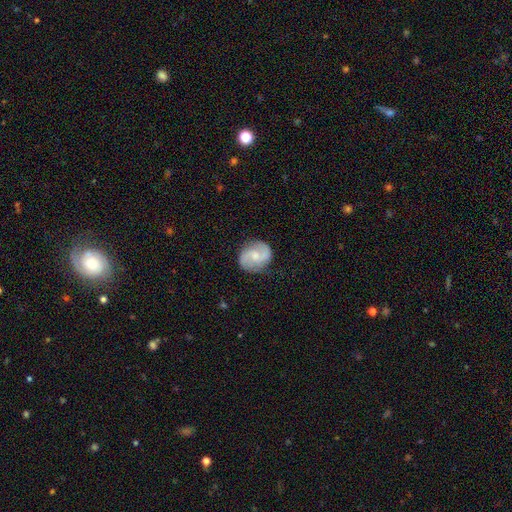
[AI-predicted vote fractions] Smooth or featured: featured or disk — 76% (smooth — 19%)
Edge-on disk: no — 98% (yes — 2%)
Bar: weak — 47% (no — 45%)
Spiral arms: yes — 95% (no — 5%)
Spiral winding: medium — 50% (loose — 29%)
Spiral arm count: 2 — 91% (can't tell — 4%)
Bulge size: moderate — 46% (small — 44%)
Merging: none — 83% (minor disturbance — 12%)